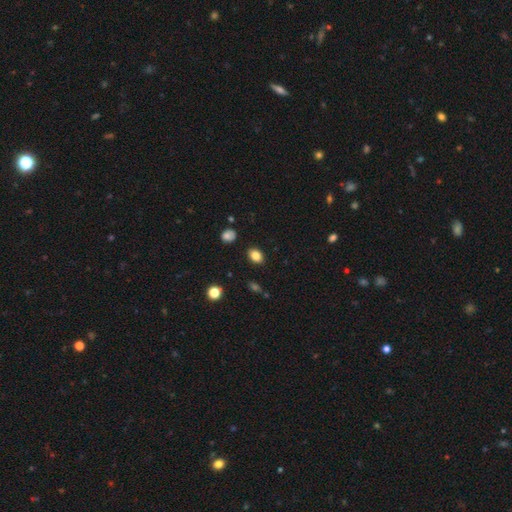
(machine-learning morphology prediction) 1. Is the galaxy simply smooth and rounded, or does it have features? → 84% smooth, 10% star or artifact, 6% featured or disk.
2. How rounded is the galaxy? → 73% in between, 25% round, 1% cigar-shaped.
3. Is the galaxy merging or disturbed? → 88% none, 9% minor disturbance, 2% major disturbance, 2% merger.